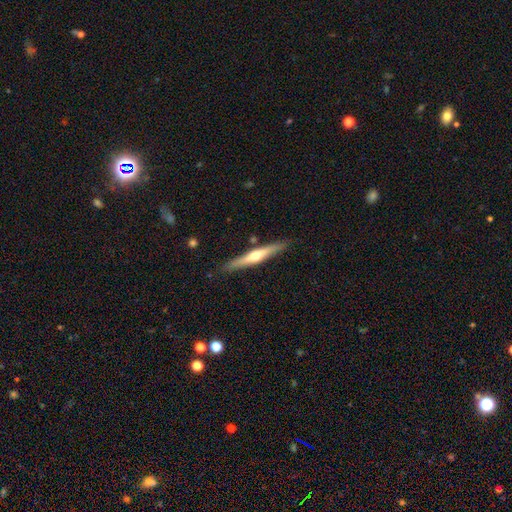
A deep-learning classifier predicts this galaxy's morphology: A featured or disk galaxy (65%) viewed edge-on (96%) with a rounded central bulge (89%). Merging: none (87%).